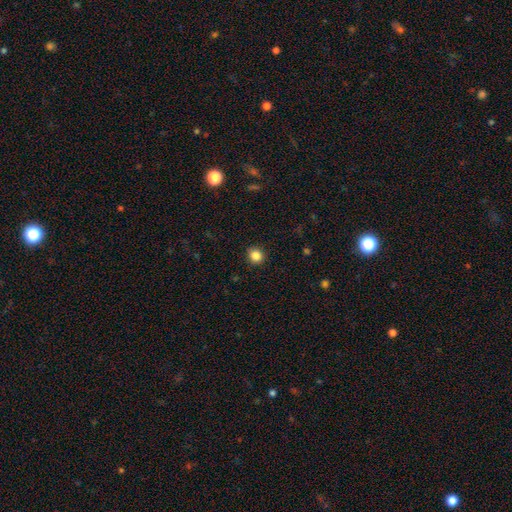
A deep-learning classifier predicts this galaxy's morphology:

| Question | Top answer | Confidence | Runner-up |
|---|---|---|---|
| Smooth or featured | smooth | 85% | star or artifact (11%) |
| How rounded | round | 84% | in between (15%) |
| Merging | none | 90% | minor disturbance (7%) |